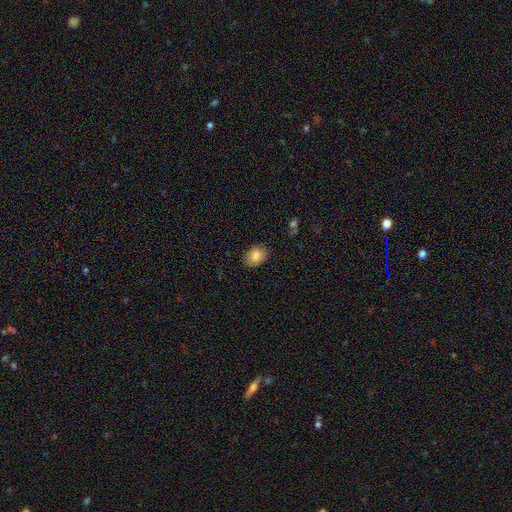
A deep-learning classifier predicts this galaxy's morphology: smooth-or-featured: smooth: 84% | star or artifact: 8% | featured or disk: 8%
  how-rounded: in between: 71% | round: 28% | cigar-shaped: 1%
  merging: none: 84% | minor disturbance: 12% | major disturbance: 3% | merger: 1%